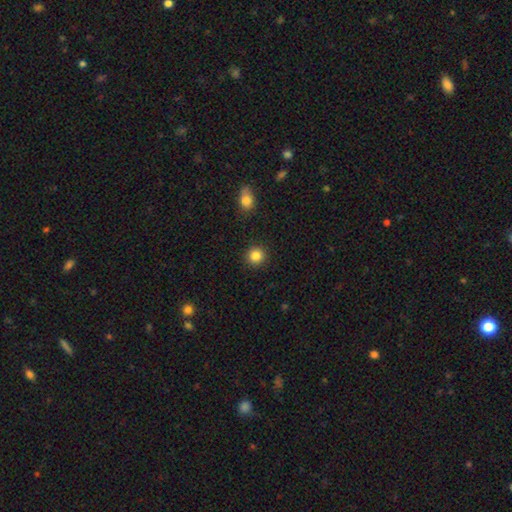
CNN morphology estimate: A smooth galaxy with no disk features (85%) that is round (93%). Merging: none (91%).